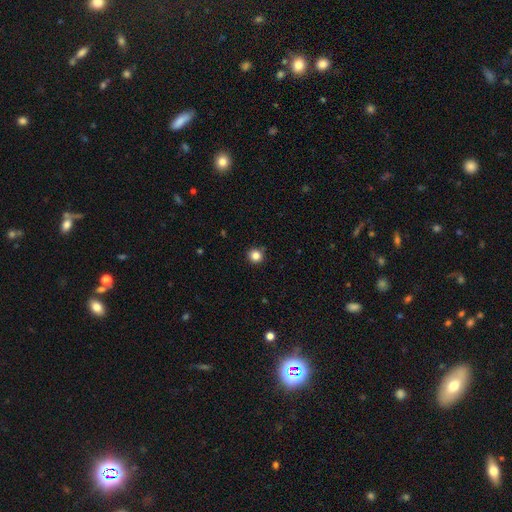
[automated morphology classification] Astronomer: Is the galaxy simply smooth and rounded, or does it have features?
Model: smooth — 84%.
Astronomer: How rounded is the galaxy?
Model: round — 94%.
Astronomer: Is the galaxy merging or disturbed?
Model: none — 91%.